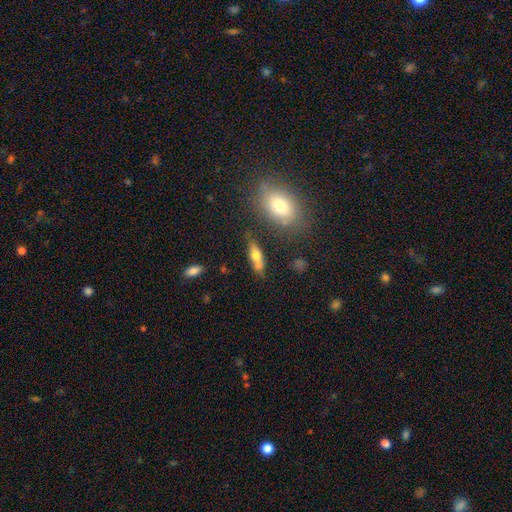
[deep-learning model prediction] A smooth galaxy with no disk features (61%) that is in between round and cigar-shaped (62%).

Vote fractions:
- Smooth or featured? smooth: 61% / featured or disk: 30% / star or artifact: 9%
- How rounded? in between: 62% / cigar-shaped: 32% / round: 5%
- Merging? none: 54% / merger: 20% / minor disturbance: 19% / major disturbance: 7%